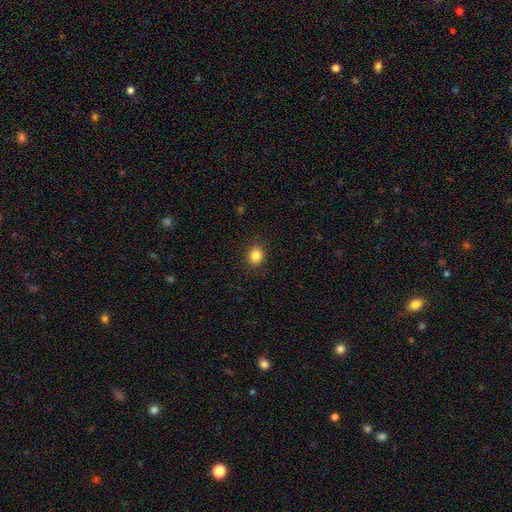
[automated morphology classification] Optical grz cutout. It shows a smooth galaxy with no disk features (84%) that is round (75%). Merging: none (90%).